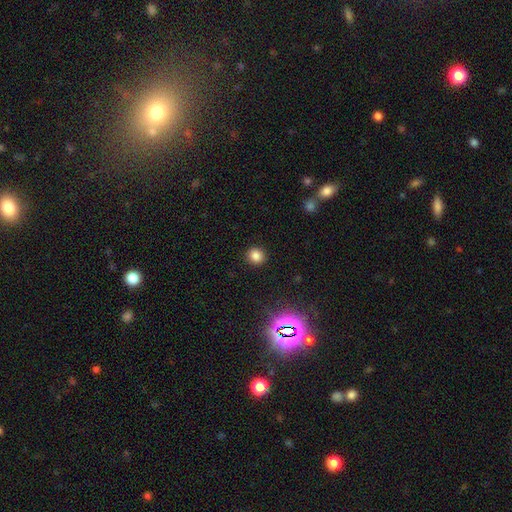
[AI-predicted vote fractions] A smooth galaxy with no disk features (81%) that is round (87%). Merging: none (91%).